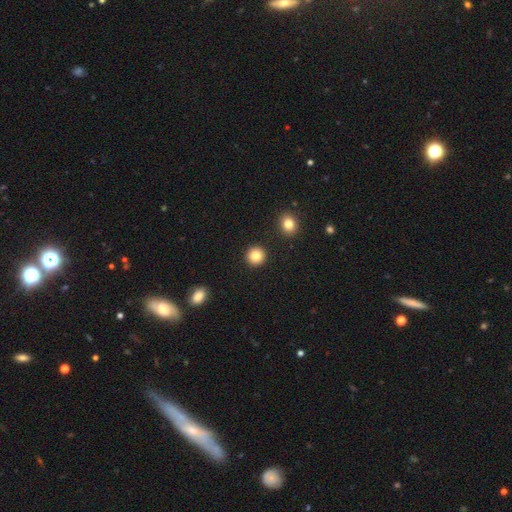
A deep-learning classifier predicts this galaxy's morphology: type=smooth (84%); roundness=round (94%); merging=none (92%).